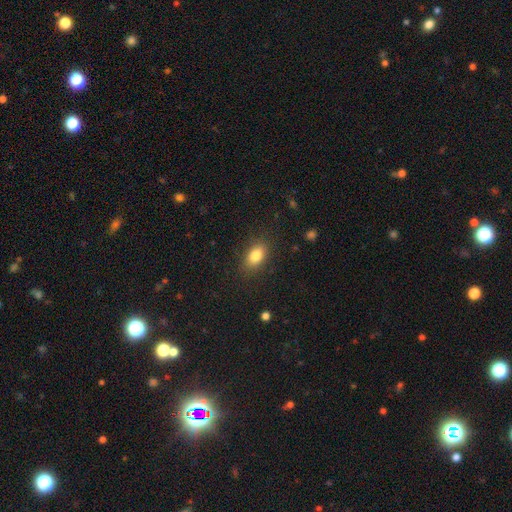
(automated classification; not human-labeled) Smooth or featured?
  - smooth: 82% *
  - featured or disk: 9%
  - star or artifact: 9%
How rounded?
  - in between: 86% *
  - round: 10%
  - cigar-shaped: 3%
Merging?
  - none: 84% *
  - minor disturbance: 11%
  - major disturbance: 3%
  - merger: 1%